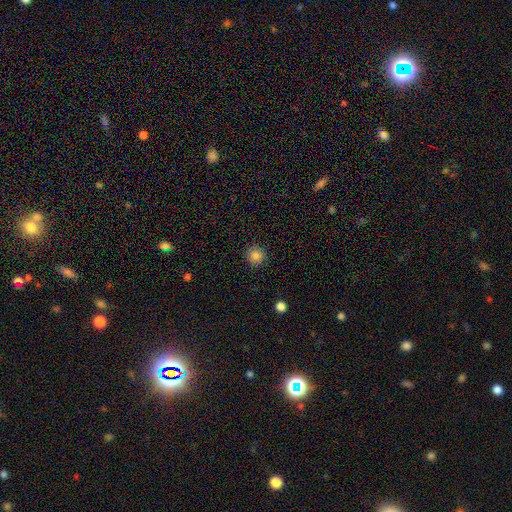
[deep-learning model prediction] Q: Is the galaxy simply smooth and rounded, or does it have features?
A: smooth — 84%.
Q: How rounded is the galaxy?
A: round — 93%.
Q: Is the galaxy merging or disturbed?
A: none — 91%.